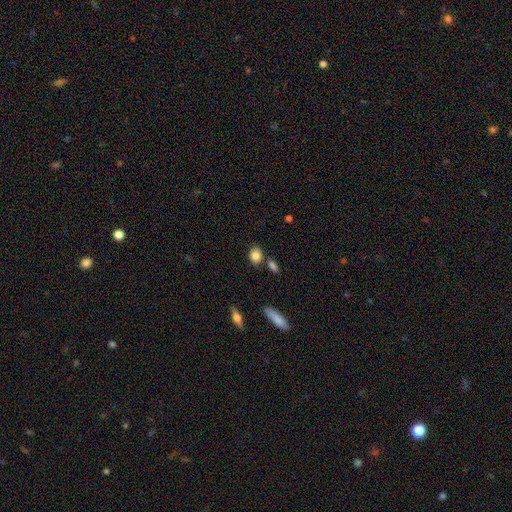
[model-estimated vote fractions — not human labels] A smooth galaxy with no disk features (84%) that is in between round and cigar-shaped (52%).

Vote fractions:
- Smooth or featured? smooth: 84% / star or artifact: 8% / featured or disk: 7%
- How rounded? in between: 52% / round: 45% / cigar-shaped: 2%
- Merging? none: 73% / minor disturbance: 12% / merger: 11% / major disturbance: 3%